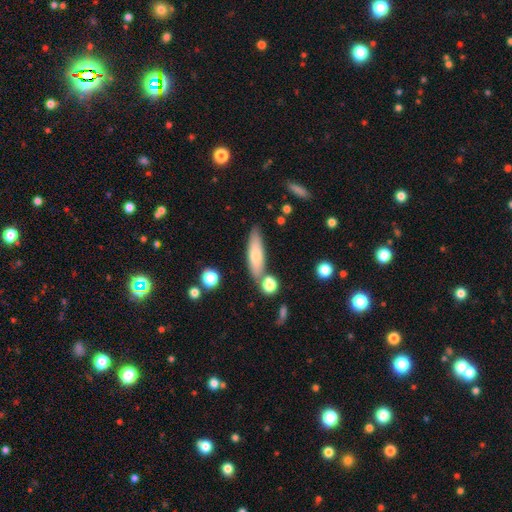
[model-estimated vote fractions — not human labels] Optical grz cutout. It shows a smooth galaxy with no disk features (69%) that is cigar-shaped (66%). Merging: none (73%).